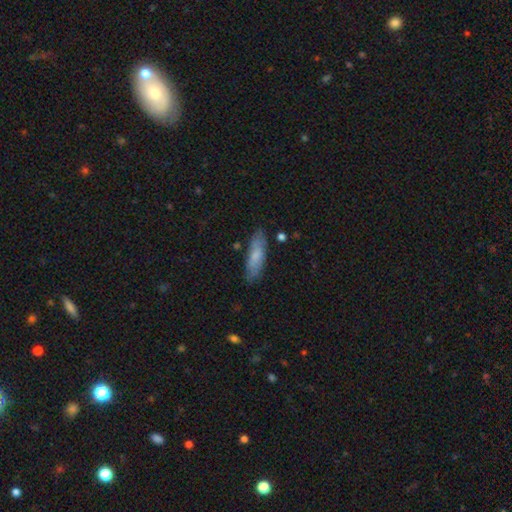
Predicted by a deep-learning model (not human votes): Q: Smooth or featured?
A: smooth (72%); runner-up: featured or disk (22%)
Q: How rounded?
A: cigar-shaped (54%); runner-up: in between (44%)
Q: Merging?
A: none (80%); runner-up: minor disturbance (15%)